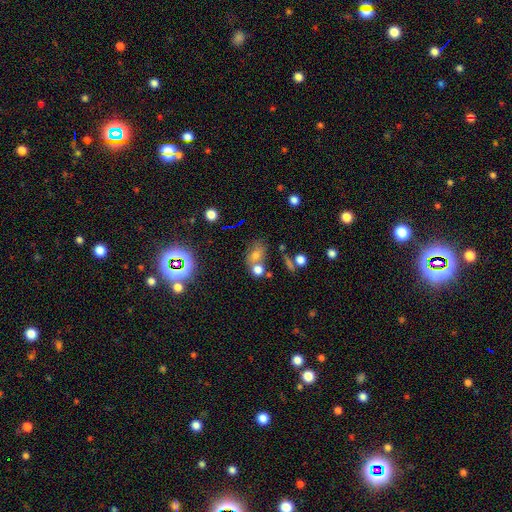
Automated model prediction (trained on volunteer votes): Q: Smooth or featured?
A: smooth (63%); runner-up: star or artifact (20%)
Q: How rounded?
A: in between (58%); runner-up: round (39%)
Q: Merging?
A: none (47%); runner-up: merger (34%)